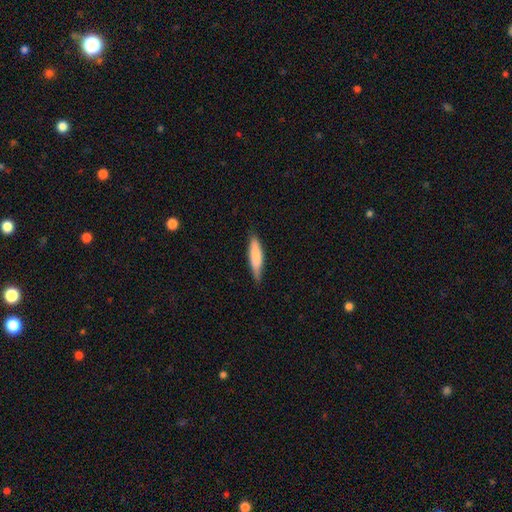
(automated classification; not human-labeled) smooth 79%, featured or disk 16%, star or artifact 5%. Down the decision tree: how rounded — cigar-shaped (72%); merging — none (77%).